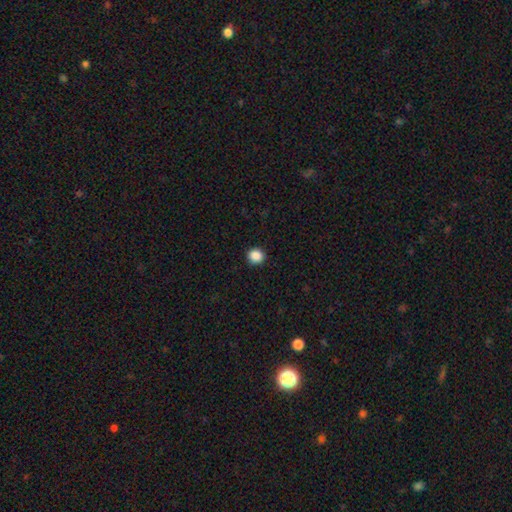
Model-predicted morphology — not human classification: This appears to be a smooth galaxy with no disk features (88%) that is round (88%). Merging: none (92%).